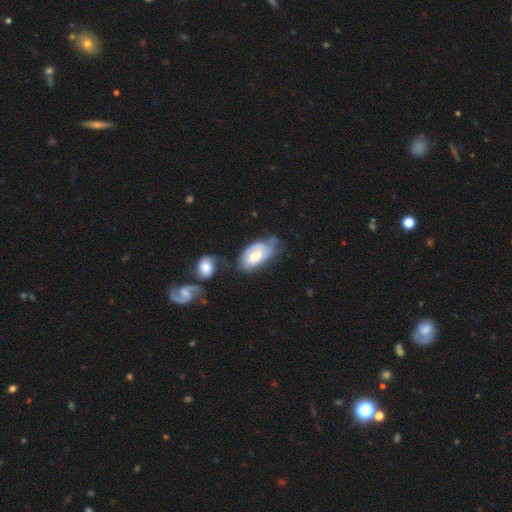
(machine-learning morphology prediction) A featured or disk galaxy (55%) with no bar (68%), spiral arms (72%) and a moderate central bulge (68%). Merging: none (38%).